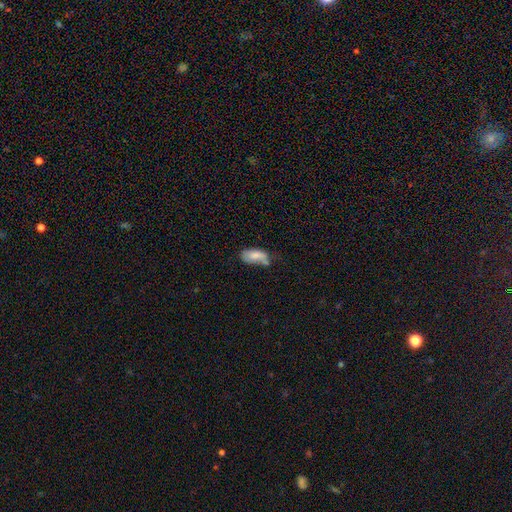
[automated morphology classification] Smooth or featured? smooth (75%)
How rounded? in between (89%)
Merging? none (35%)